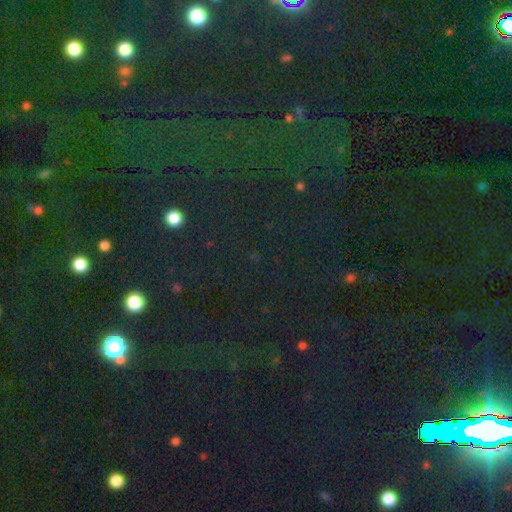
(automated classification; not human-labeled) Smooth or featured? Predicted: star or artifact (p=0.79).